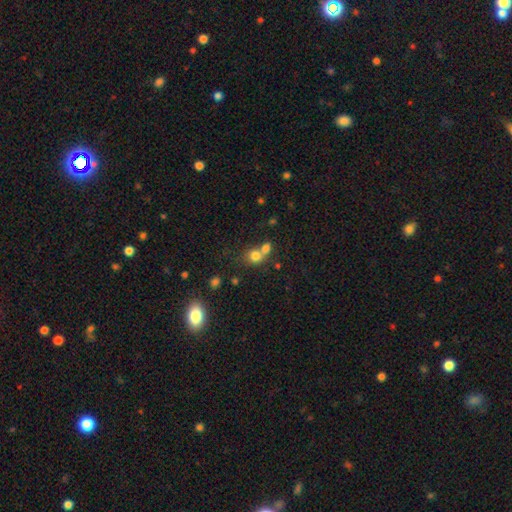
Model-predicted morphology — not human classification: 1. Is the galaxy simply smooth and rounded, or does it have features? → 77% smooth, 13% star or artifact, 11% featured or disk.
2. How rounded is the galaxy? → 75% round, 24% in between, 1% cigar-shaped.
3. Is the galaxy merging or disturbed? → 55% merger, 35% none, 7% minor disturbance, 3% major disturbance.